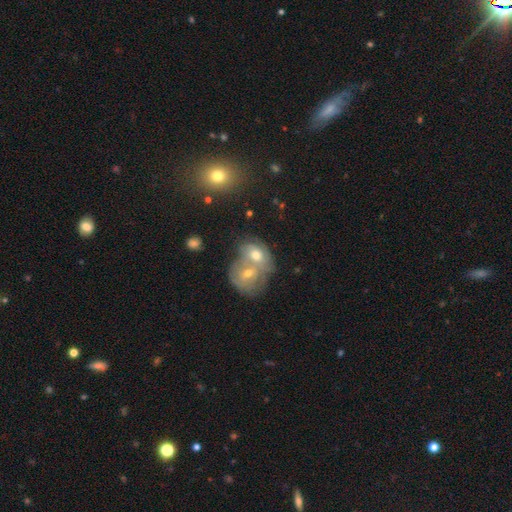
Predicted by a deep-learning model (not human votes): Q: Smooth or featured?
A: featured or disk (48%); runner-up: smooth (40%)
Q: Merging?
A: merger (71%); runner-up: none (19%)